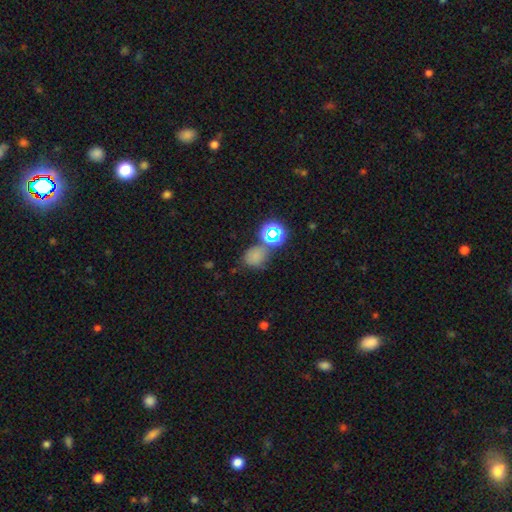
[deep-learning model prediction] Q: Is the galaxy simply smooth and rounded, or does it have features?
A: smooth — 63%.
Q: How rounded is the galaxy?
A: round — 59%.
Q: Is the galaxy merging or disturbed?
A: none — 56%.